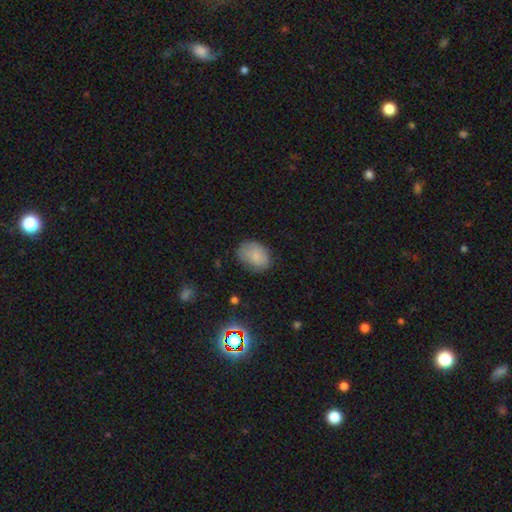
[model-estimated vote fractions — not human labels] A smooth galaxy with no disk features (78%) that is in between round and cigar-shaped (73%).

Vote fractions:
- Smooth or featured? smooth: 78% / featured or disk: 12% / star or artifact: 10%
- How rounded? in between: 73% / round: 26% / cigar-shaped: 1%
- Merging? none: 65% / minor disturbance: 26% / major disturbance: 8% / merger: 2%